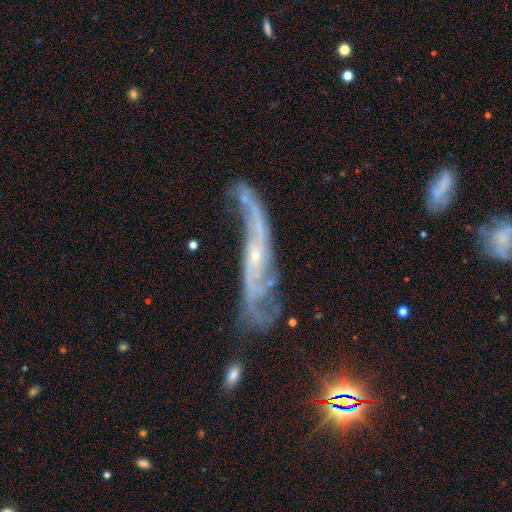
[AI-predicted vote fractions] The model was most divided on "merging": none: 44%, minor disturbance: 25%, major disturbance: 22%, merger: 9%. More confident: spiral arms — yes (91%); smooth or featured — featured or disk (82%); bulge size — small (78%); edge-on disk — no (67%); spiral arm count — 2 (63%); bar — no (57%); spiral winding — loose (54%).